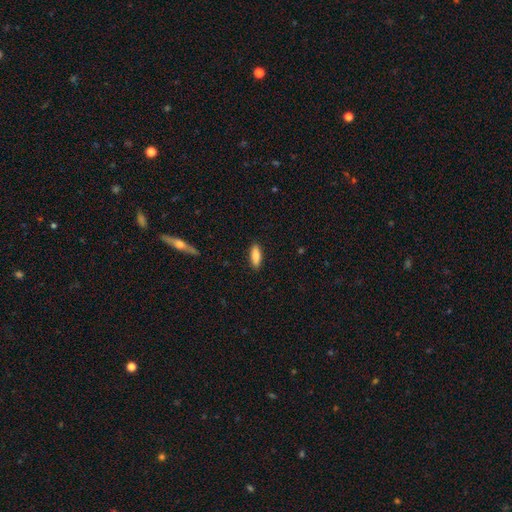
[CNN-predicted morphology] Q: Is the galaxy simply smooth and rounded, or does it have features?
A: smooth — 86%.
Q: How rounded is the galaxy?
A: in between — 61%.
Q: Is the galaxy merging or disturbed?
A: none — 89%.